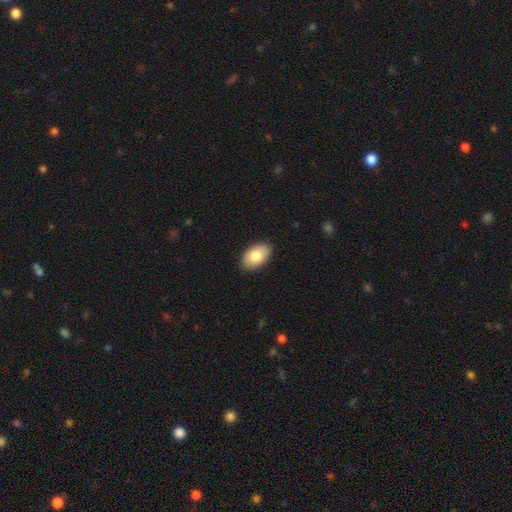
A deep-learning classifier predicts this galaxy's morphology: Smooth or featured?
  - smooth: 82% *
  - featured or disk: 12%
  - star or artifact: 6%
How rounded?
  - in between: 93% *
  - round: 6%
  - cigar-shaped: 1%
Merging?
  - none: 89% *
  - minor disturbance: 8%
  - major disturbance: 2%
  - merger: 1%